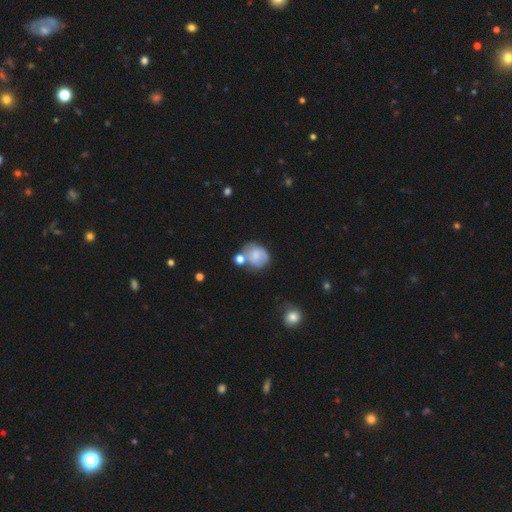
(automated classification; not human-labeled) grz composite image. It shows a smooth galaxy with no disk features (61%) that is round (70%). Merging: none (48%).